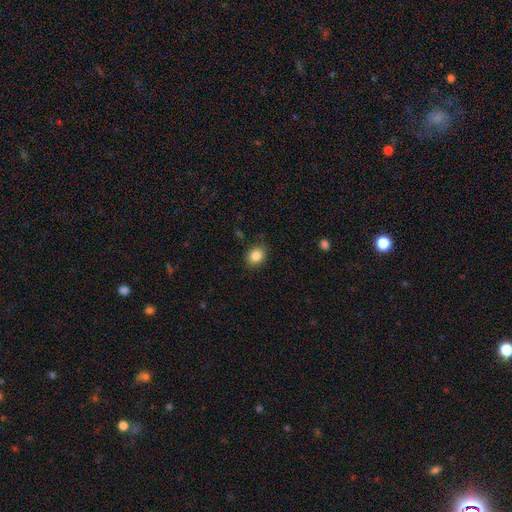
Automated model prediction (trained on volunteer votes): This is clearly a smooth galaxy (85%). How rounded: possibly in between (53%). Merging: clearly none (85%).